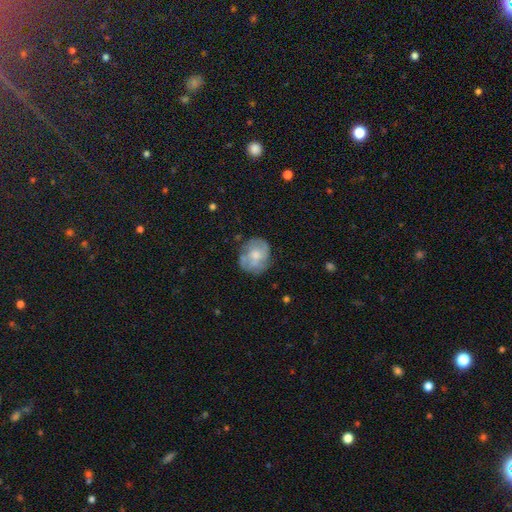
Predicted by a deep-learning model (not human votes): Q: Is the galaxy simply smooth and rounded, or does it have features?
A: featured or disk — 51%.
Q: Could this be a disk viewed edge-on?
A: no — 97%.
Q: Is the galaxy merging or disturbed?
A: none — 64%.